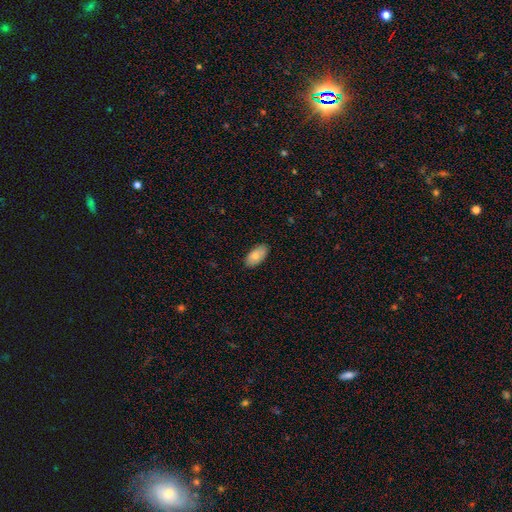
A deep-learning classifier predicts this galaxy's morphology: Smooth or featured: smooth — 76% (featured or disk — 18%)
How rounded: in between — 95% (cigar-shaped — 3%)
Merging: none — 87% (minor disturbance — 10%)